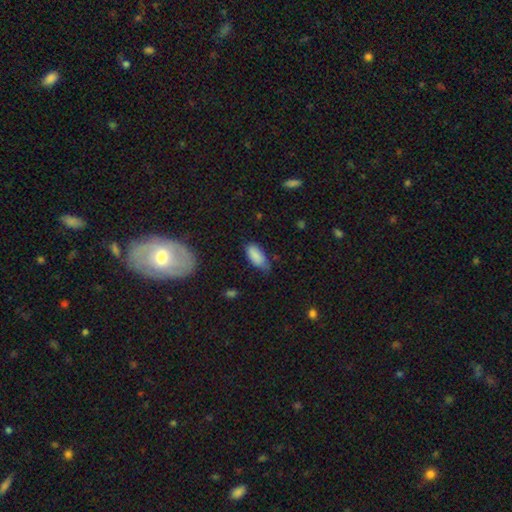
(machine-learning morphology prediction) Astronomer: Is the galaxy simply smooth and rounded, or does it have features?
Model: smooth — 86%.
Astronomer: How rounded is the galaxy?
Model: in between — 88%.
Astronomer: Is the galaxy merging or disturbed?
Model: none — 52% (runner-up: minor disturbance, 38%).